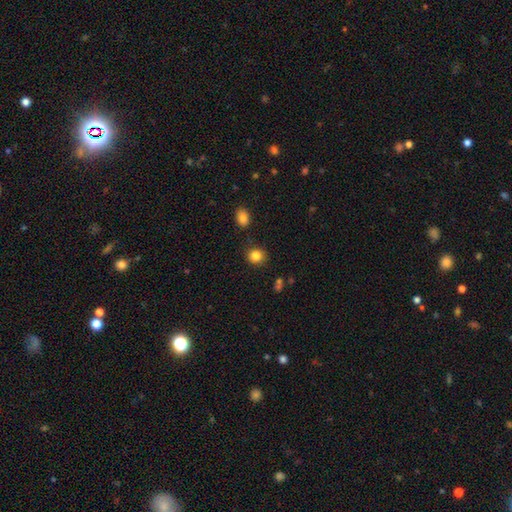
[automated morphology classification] Smooth or featured: smooth — 85% (star or artifact — 11%)
How rounded: round — 84% (in between — 15%)
Merging: none — 86% (minor disturbance — 9%)